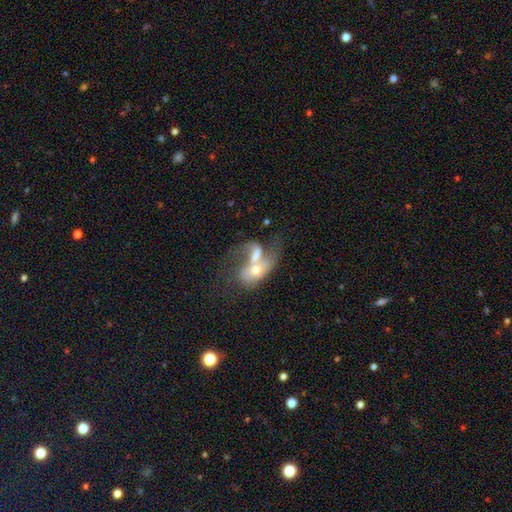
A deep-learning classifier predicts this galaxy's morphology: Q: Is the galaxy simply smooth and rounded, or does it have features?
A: featured or disk — 52%.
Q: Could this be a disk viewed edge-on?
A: no — 93%.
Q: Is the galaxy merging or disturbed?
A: merger — 72%.